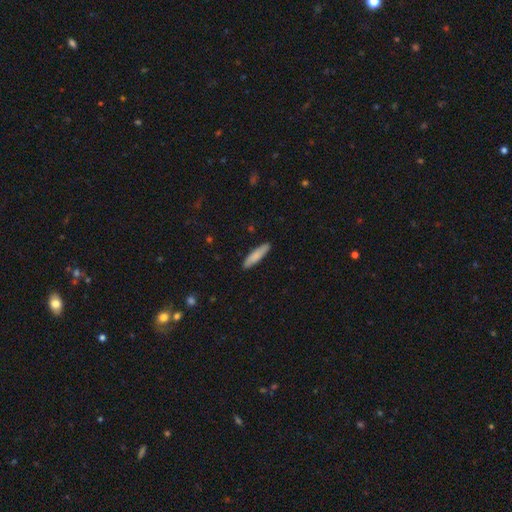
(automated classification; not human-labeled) Morphology: type=smooth (82%); roundness=cigar-shaped (79%); merging=none (89%).